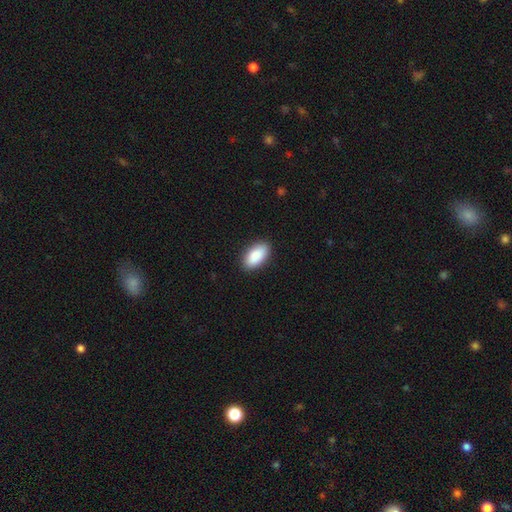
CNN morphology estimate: type=smooth (89%); roundness=in between (94%); merging=none (89%).